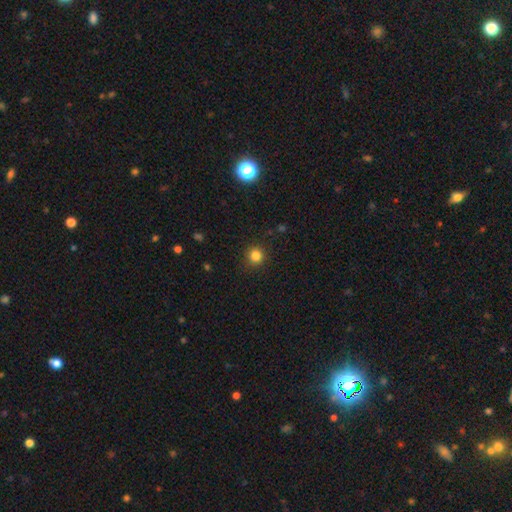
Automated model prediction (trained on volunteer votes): Smooth or featured?
  - smooth: 83% *
  - star or artifact: 13%
  - featured or disk: 5%
How rounded?
  - round: 94% *
  - in between: 5%
  - cigar-shaped: 1%
Merging?
  - none: 90% *
  - minor disturbance: 7%
  - major disturbance: 2%
  - merger: 1%